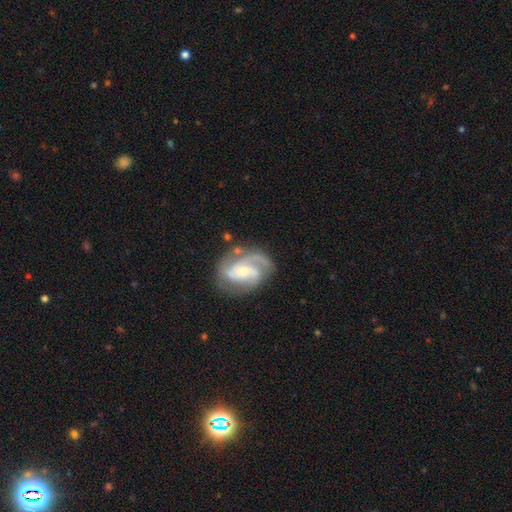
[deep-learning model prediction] Smooth or featured?
  - featured or disk: 80% *
  - smooth: 10%
  - star or artifact: 10%
Edge-on disk?
  - no: 97% *
  - yes: 3%
Bar?
  - weak: 48% *
  - no: 31%
  - strong: 21%
Spiral arms?
  - yes: 95% *
  - no: 5%
Spiral winding?
  - tight: 47% *
  - medium: 41%
  - loose: 12%
Spiral arm count?
  - 2: 53% *
  - 3: 17%
  - can't tell: 17%
  - 1: 5%
  - 4: 4%
  - more than 4: 3%
Bulge size?
  - small: 46% *
  - moderate: 45%
  - large: 4%
  - none: 4%
  - dominant: 1%
Merging?
  - none: 71% *
  - minor disturbance: 18%
  - major disturbance: 8%
  - merger: 3%